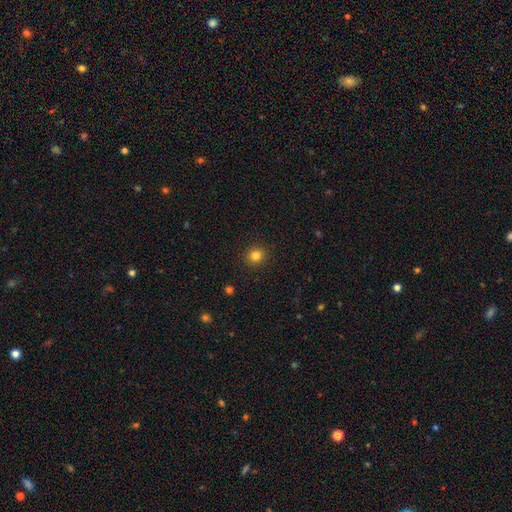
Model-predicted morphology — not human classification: smooth_or_featured: smooth (p=0.82) [alt: star or artifact p=0.13]
how_rounded: round (p=0.88) [alt: in between p=0.11]
merging: none (p=0.92) [alt: minor disturbance p=0.05]